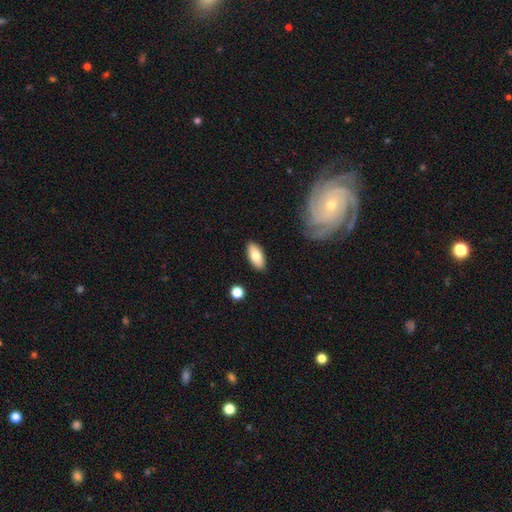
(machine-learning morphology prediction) Smooth or featured? smooth (76%)
How rounded? in between (88%)
Merging? none (87%)